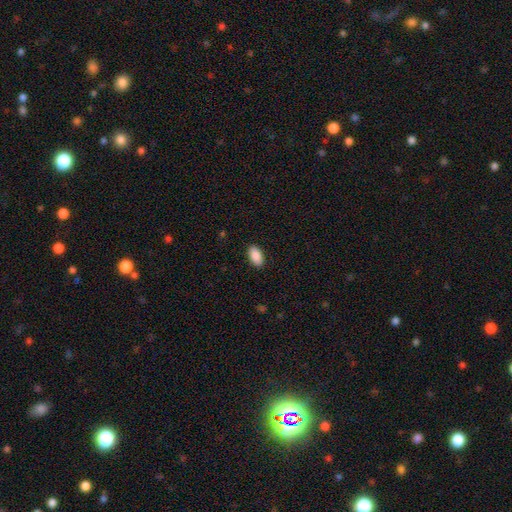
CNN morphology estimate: The model was most divided on "merging": none: 90%, minor disturbance: 7%, major disturbance: 2%, merger: 1%. More confident: how rounded — in between (94%); smooth or featured — smooth (90%).